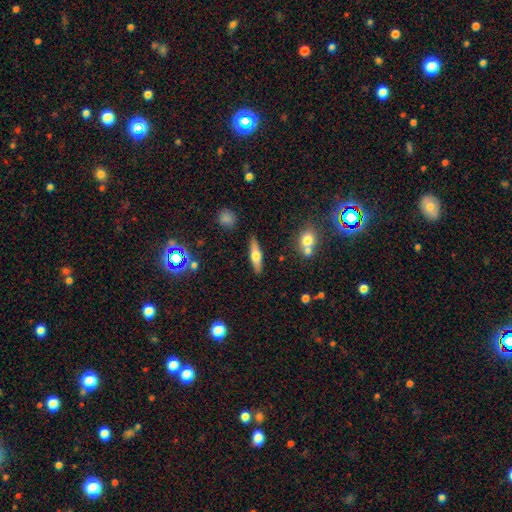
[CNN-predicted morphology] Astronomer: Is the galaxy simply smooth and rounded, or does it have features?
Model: smooth — 48% (runner-up: featured or disk, 45%).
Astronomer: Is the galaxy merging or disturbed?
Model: none — 86%.